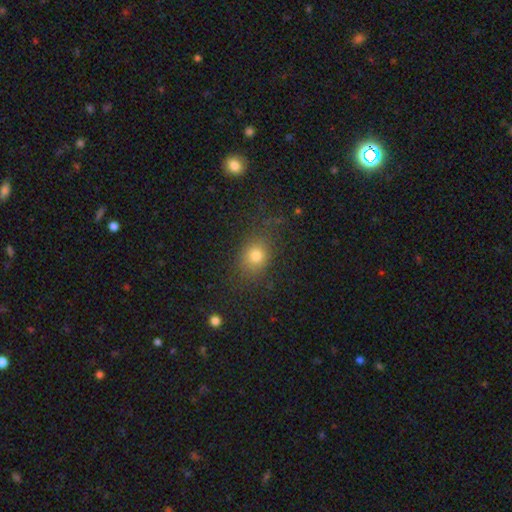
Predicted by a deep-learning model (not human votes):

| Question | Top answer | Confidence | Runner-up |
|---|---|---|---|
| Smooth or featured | smooth | 77% | star or artifact (14%) |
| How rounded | round | 53% | in between (46%) |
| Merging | none | 75% | minor disturbance (15%) |